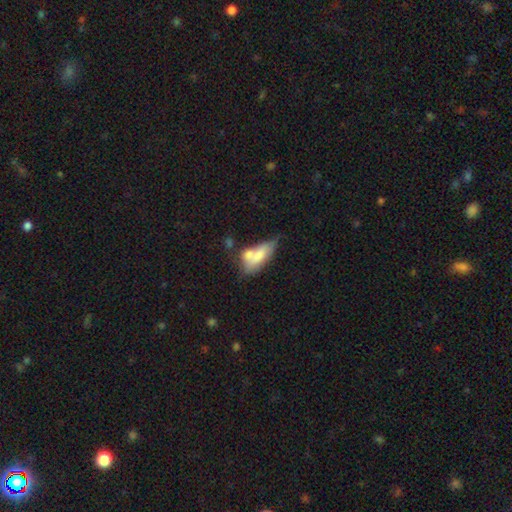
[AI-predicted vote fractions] Morphology: type=smooth (63%); roundness=in between (76%); merging=merger (47%).